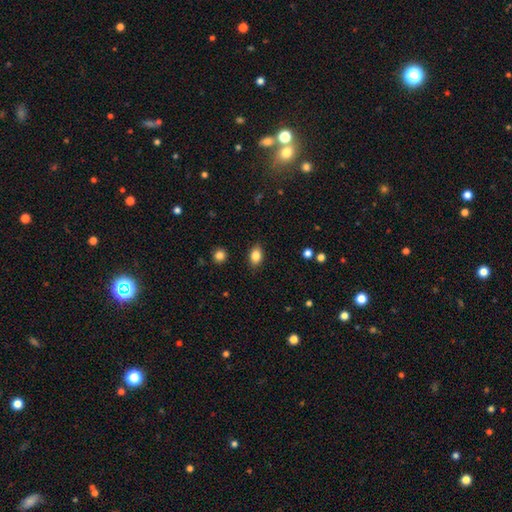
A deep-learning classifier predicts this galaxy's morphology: The model was most divided on "how rounded": in between: 81%, round: 17%, cigar-shaped: 2%. More confident: merging — none (86%); smooth or featured — smooth (84%).